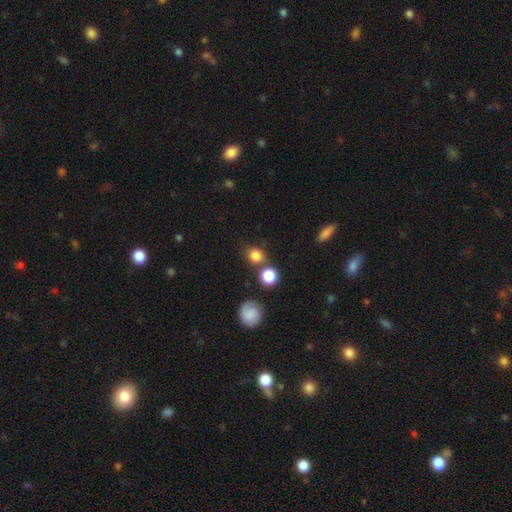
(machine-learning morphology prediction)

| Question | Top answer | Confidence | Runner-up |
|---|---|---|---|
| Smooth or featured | smooth | 82% | star or artifact (12%) |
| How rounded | round | 72% | in between (27%) |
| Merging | none | 68% | merger (17%) |